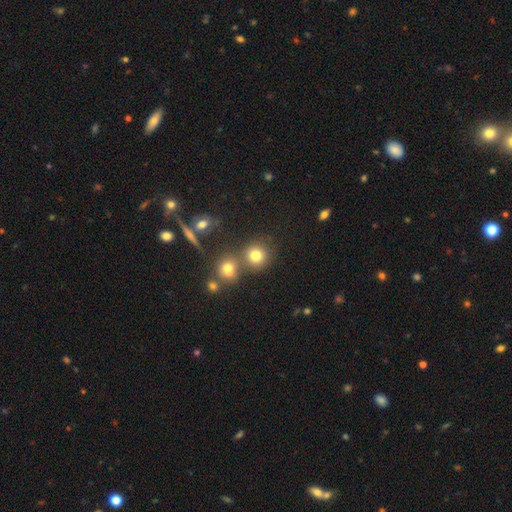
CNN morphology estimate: A smooth galaxy with no disk features (76%) that is round (88%). Merging: none (65%).